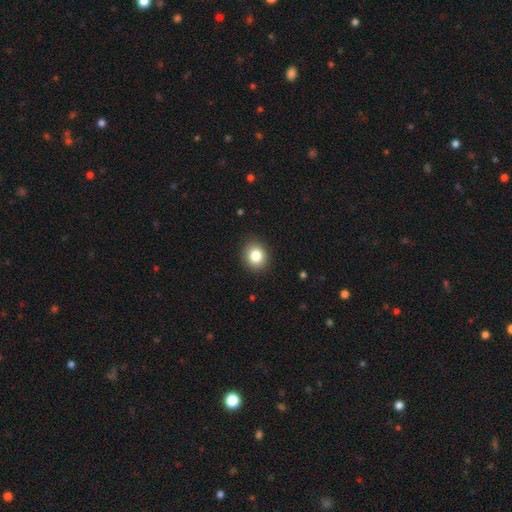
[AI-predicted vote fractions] Smooth or featured? smooth (83%)
How rounded? round (74%)
Merging? none (90%)